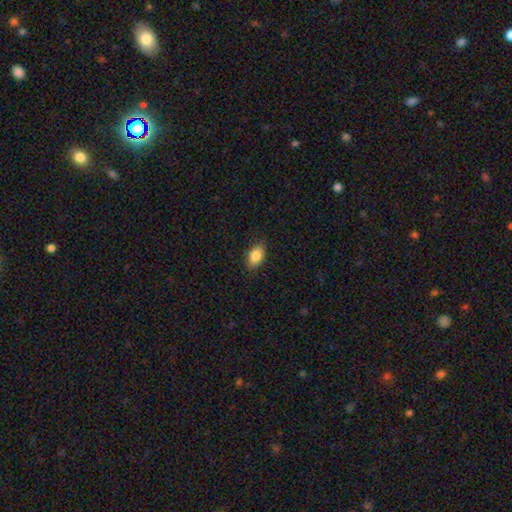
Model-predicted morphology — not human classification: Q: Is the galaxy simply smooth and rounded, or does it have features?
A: smooth — 85%.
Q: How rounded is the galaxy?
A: in between — 87%.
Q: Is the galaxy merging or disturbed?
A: none — 84%.